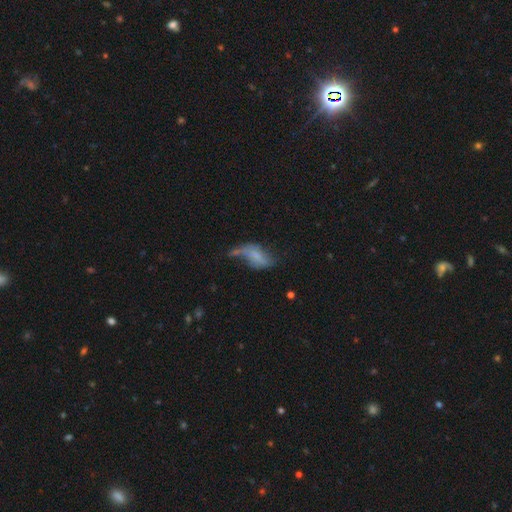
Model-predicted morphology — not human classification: smooth_or_featured: smooth (p=0.46) [alt: featured or disk p=0.44]
merging: major disturbance (p=0.33) [alt: none p=0.27]